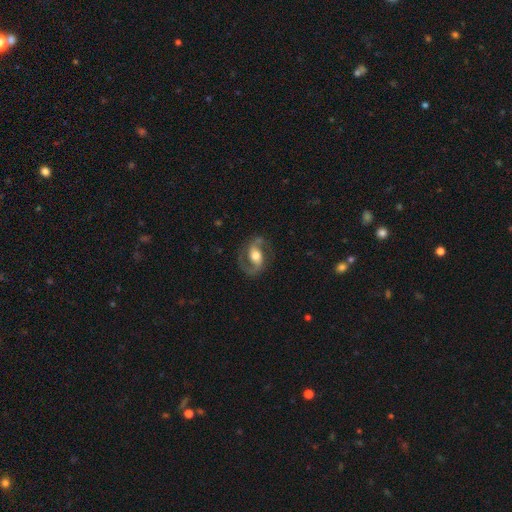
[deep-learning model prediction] Smooth or featured: featured or disk — 82% (smooth — 13%)
Edge-on disk: no — 96% (yes — 4%)
Bar: weak — 38% (no — 34%)
Spiral arms: yes — 93% (no — 7%)
Spiral winding: medium — 54% (loose — 29%)
Spiral arm count: 2 — 89% (1 — 5%)
Bulge size: moderate — 61% (large — 25%)
Merging: none — 74% (minor disturbance — 14%)